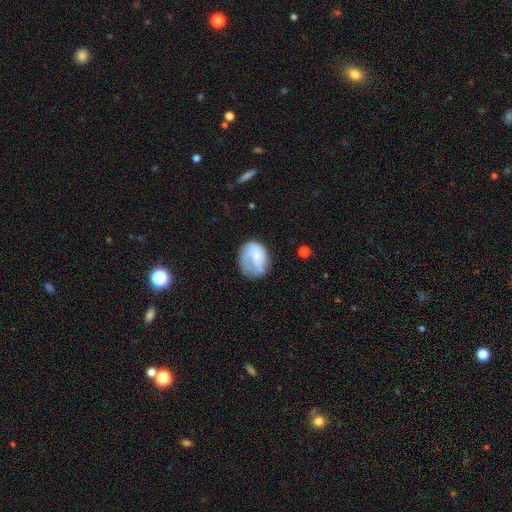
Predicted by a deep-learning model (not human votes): Q: Smooth or featured?
A: smooth (54%); runner-up: featured or disk (38%)
Q: How rounded?
A: round (51%); runner-up: in between (48%)
Q: Merging?
A: none (49%); runner-up: minor disturbance (29%)